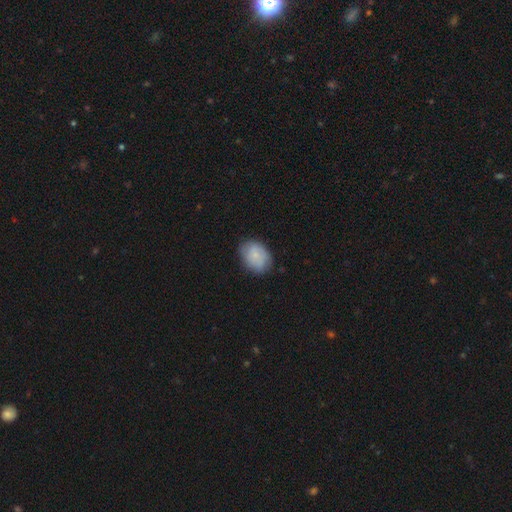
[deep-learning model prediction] A smooth galaxy with no disk features (80%) that is in between round and cigar-shaped (67%). Merging: none (76%).